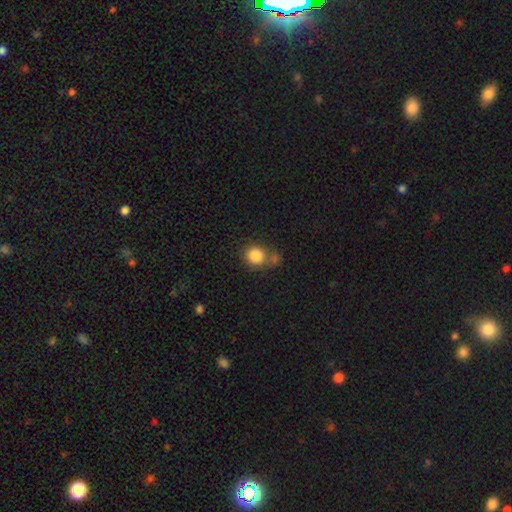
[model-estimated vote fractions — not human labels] A smooth galaxy with no disk features (84%) that is round (85%).

Vote fractions:
- Smooth or featured? smooth: 84% / star or artifact: 10% / featured or disk: 6%
- How rounded? round: 85% / in between: 14% / cigar-shaped: 1%
- Merging? none: 56% / merger: 22% / minor disturbance: 16% / major disturbance: 6%